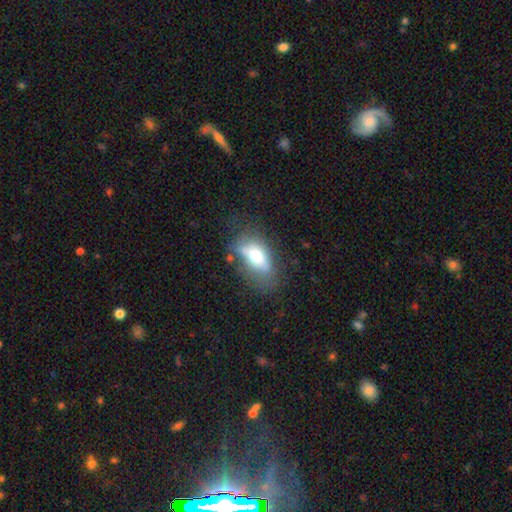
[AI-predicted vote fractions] A smooth galaxy with no disk features (62%) that is in between round and cigar-shaped (85%). Merging: none (48%).